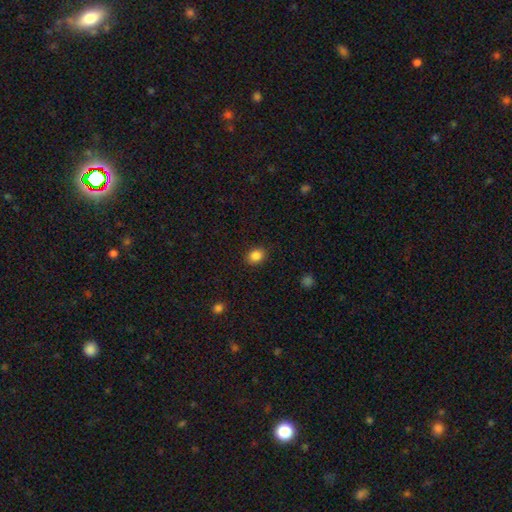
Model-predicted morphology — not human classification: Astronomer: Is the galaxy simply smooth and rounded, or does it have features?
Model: smooth — 86%.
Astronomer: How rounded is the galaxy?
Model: in between — 52% (runner-up: round, 47%).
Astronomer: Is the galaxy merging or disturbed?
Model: none — 88%.